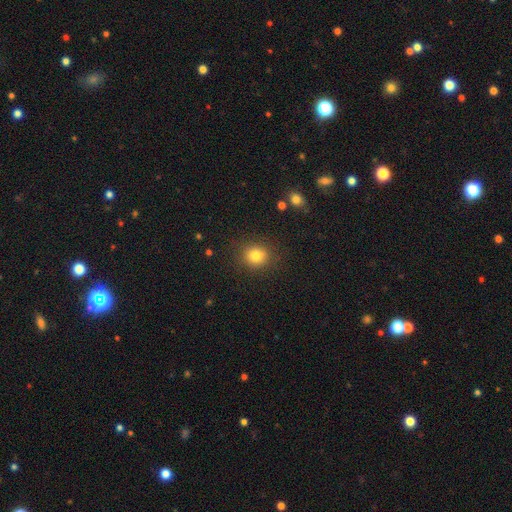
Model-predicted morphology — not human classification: Overall: smooth (81%). How rounded: round (78%). Merging: none (87%).